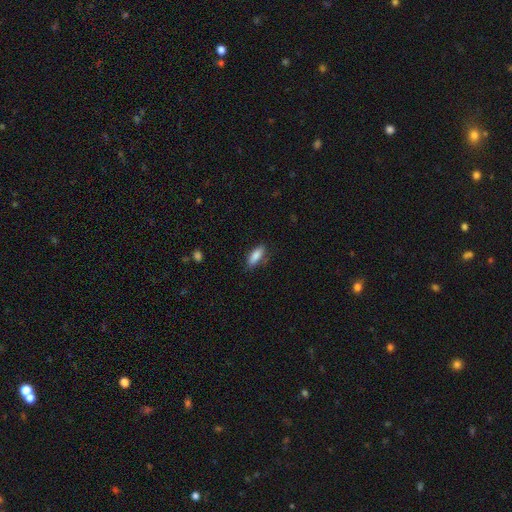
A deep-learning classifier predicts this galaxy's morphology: A smooth galaxy with no disk features (85%) that is in between round and cigar-shaped (69%).

Vote fractions:
- Smooth or featured? smooth: 85% / featured or disk: 8% / star or artifact: 7%
- How rounded? in between: 69% / cigar-shaped: 28% / round: 2%
- Merging? none: 79% / minor disturbance: 15% / major disturbance: 3% / merger: 2%